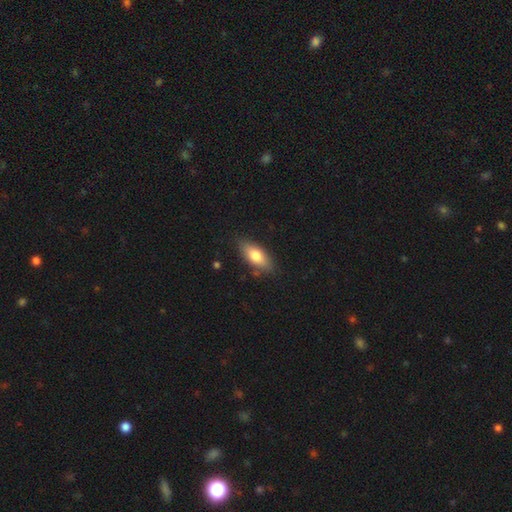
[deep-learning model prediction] Smooth or featured?
  - smooth: 76% *
  - featured or disk: 18%
  - star or artifact: 6%
How rounded?
  - in between: 82% *
  - cigar-shaped: 15%
  - round: 3%
Merging?
  - none: 82% *
  - minor disturbance: 13%
  - major disturbance: 3%
  - merger: 2%